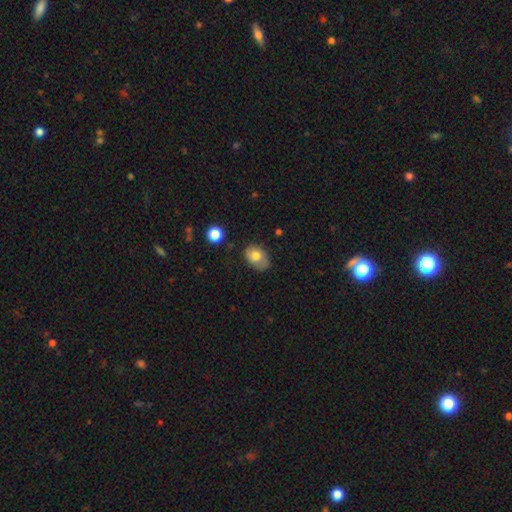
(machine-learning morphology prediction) This is likely a smooth galaxy (75%). How rounded: likely in between (78%). Merging: likely none (66%).